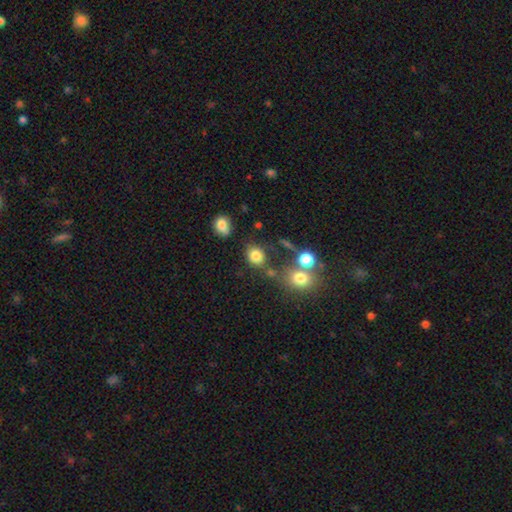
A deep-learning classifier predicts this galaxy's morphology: Smooth or featured?
  - smooth: 81% *
  - star or artifact: 12%
  - featured or disk: 7%
How rounded?
  - round: 60% *
  - in between: 39%
  - cigar-shaped: 1%
Merging?
  - none: 66% *
  - minor disturbance: 15%
  - merger: 13%
  - major disturbance: 6%